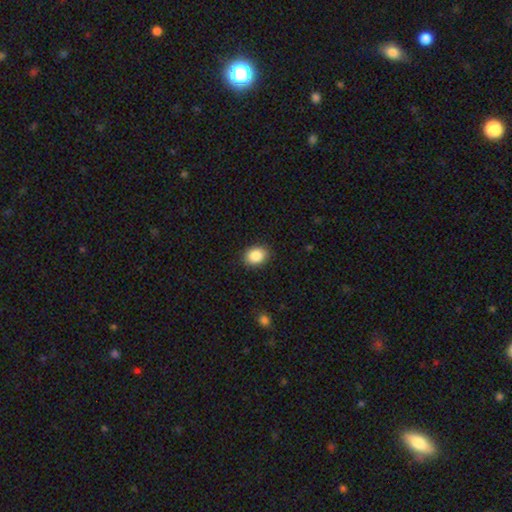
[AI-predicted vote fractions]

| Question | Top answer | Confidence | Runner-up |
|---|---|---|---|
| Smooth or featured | smooth | 87% | star or artifact (8%) |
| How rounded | in between | 64% | round (35%) |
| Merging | none | 88% | minor disturbance (8%) |